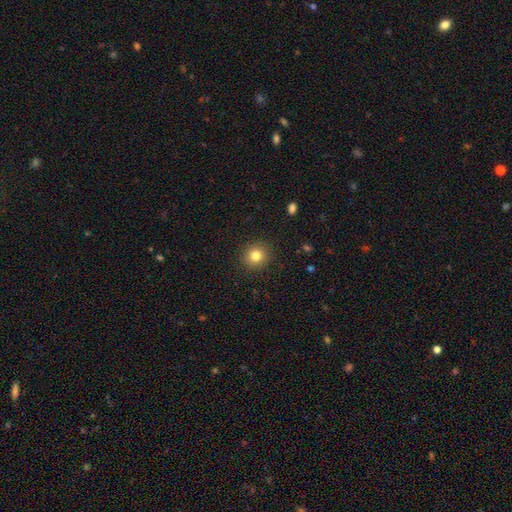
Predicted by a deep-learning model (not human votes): This is clearly a smooth galaxy (81%). How rounded: clearly round (89%). Merging: clearly none (91%).